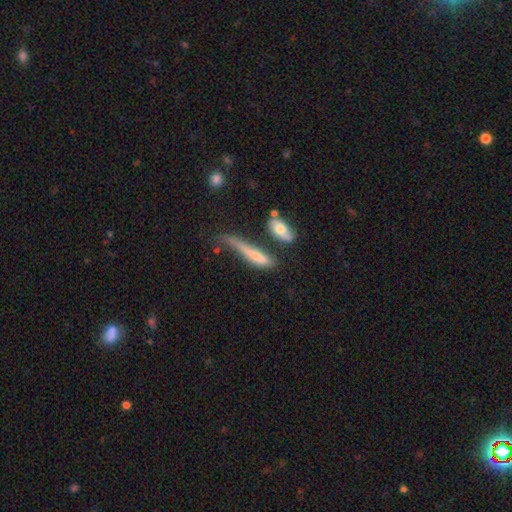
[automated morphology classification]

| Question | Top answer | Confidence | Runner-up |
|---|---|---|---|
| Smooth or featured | smooth | 59% | featured or disk (32%) |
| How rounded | cigar-shaped | 78% | in between (19%) |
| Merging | major disturbance | 29% | tied: none (29%) |